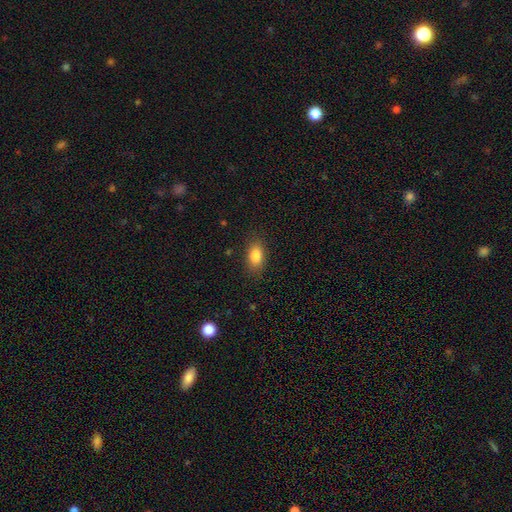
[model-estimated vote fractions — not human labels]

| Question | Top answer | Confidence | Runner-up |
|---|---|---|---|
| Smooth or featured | smooth | 84% | star or artifact (9%) |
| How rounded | in between | 87% | round (10%) |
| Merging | none | 85% | minor disturbance (11%) |